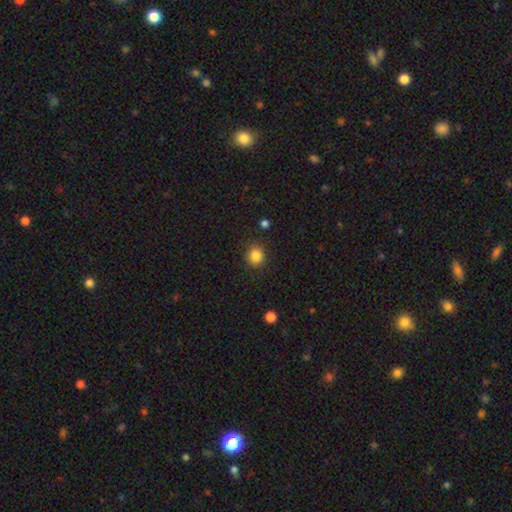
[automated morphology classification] smooth-or-featured: smooth: 85% | star or artifact: 11% | featured or disk: 4%
  how-rounded: round: 78% | in between: 21% | cigar-shaped: 1%
  merging: none: 86% | minor disturbance: 9% | major disturbance: 3% | merger: 2%